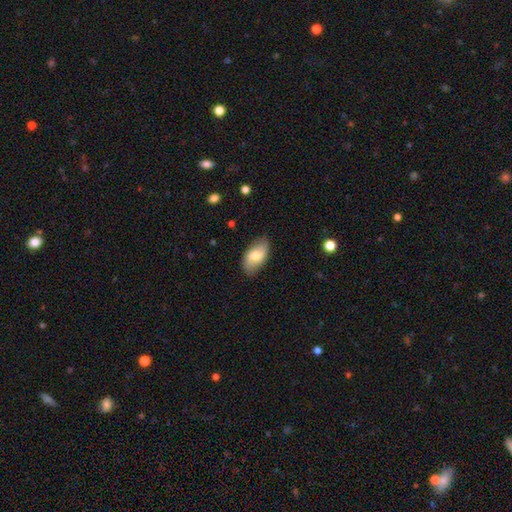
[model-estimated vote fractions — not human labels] smooth_or_featured: smooth (p=0.65) [alt: featured or disk p=0.29]
how_rounded: in between (p=0.93) [alt: round p=0.04]
merging: none (p=0.79) [alt: minor disturbance p=0.17]